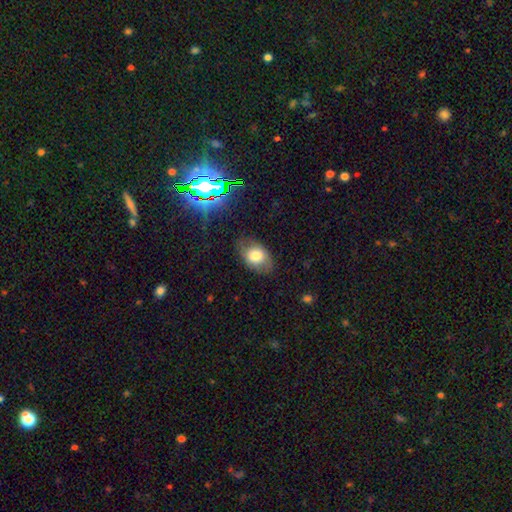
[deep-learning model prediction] Smooth or featured?
  - smooth: 72% *
  - featured or disk: 18%
  - star or artifact: 11%
How rounded?
  - in between: 79% *
  - round: 20%
  - cigar-shaped: 1%
Merging?
  - none: 71% *
  - minor disturbance: 21%
  - major disturbance: 7%
  - merger: 2%